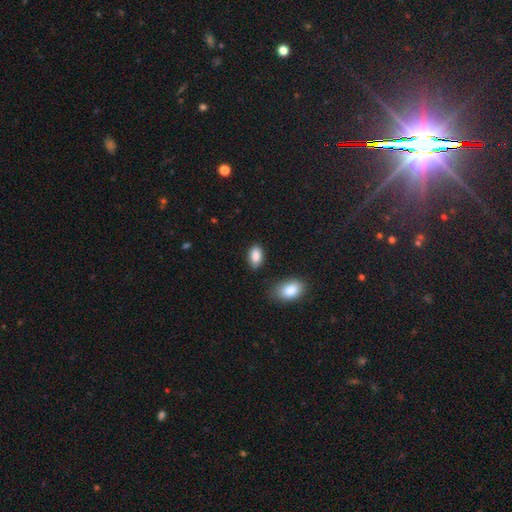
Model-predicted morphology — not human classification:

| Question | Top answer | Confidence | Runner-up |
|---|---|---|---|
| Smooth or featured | smooth | 88% | star or artifact (7%) |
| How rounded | in between | 93% | round (5%) |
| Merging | none | 81% | minor disturbance (13%) |